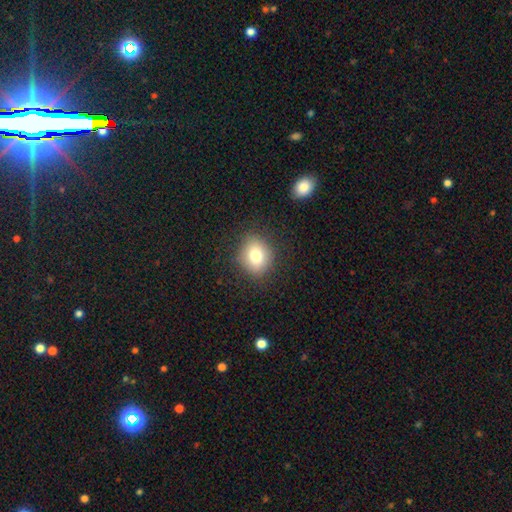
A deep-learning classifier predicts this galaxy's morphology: Q: Smooth or featured?
A: smooth (77%); runner-up: star or artifact (11%)
Q: How rounded?
A: round (71%); runner-up: in between (28%)
Q: Merging?
A: none (85%); runner-up: minor disturbance (10%)